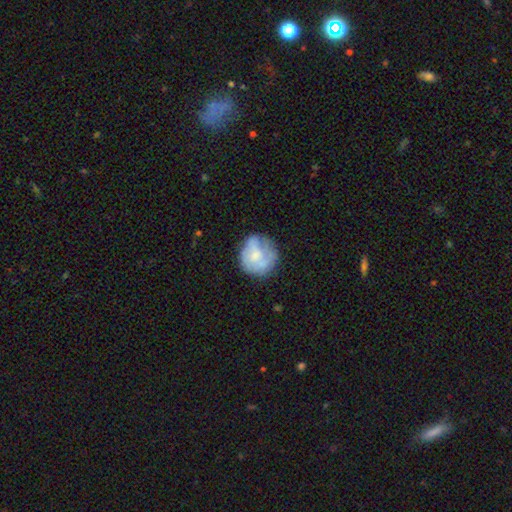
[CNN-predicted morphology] Q: Smooth or featured?
A: smooth (53%); runner-up: featured or disk (39%)
Q: How rounded?
A: round (85%); runner-up: in between (14%)
Q: Merging?
A: none (61%); runner-up: minor disturbance (24%)